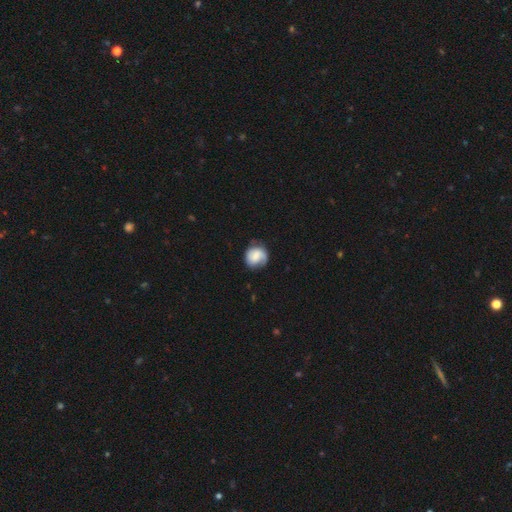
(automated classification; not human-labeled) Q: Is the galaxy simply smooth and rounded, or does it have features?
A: smooth — 48%.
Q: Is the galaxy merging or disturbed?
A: none — 63%.